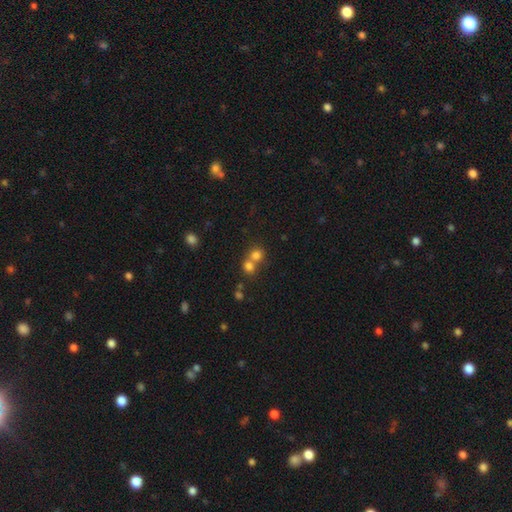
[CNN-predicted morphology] Q: Smooth or featured?
A: smooth (76%); runner-up: star or artifact (15%)
Q: How rounded?
A: round (86%); runner-up: in between (13%)
Q: Merging?
A: merger (51%); runner-up: none (42%)